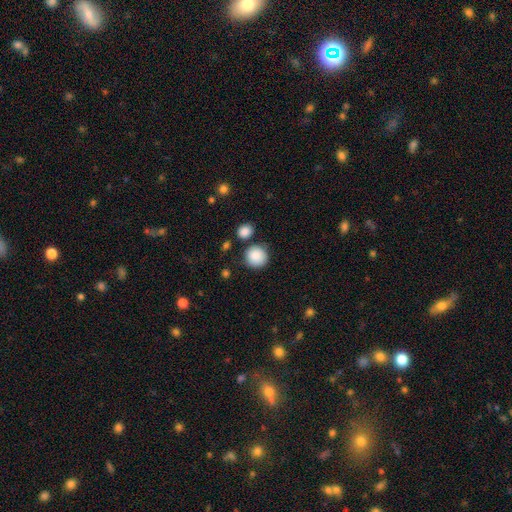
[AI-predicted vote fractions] Overall: smooth (88%). How rounded: round (92%). Merging: none (80%).